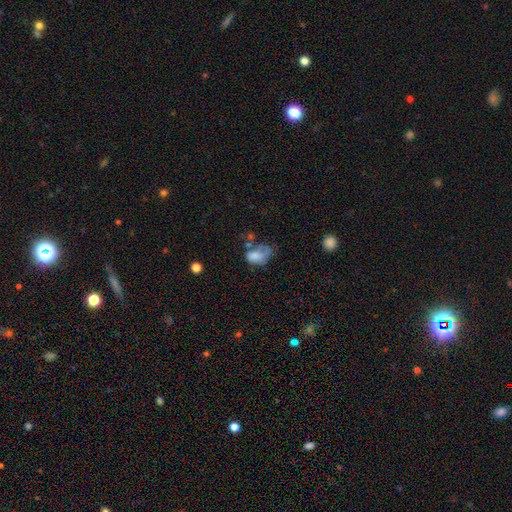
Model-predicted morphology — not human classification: smooth 63%, featured or disk 26%, star or artifact 11%. Down the decision tree: how rounded — in between (81%); merging — major disturbance (38%).